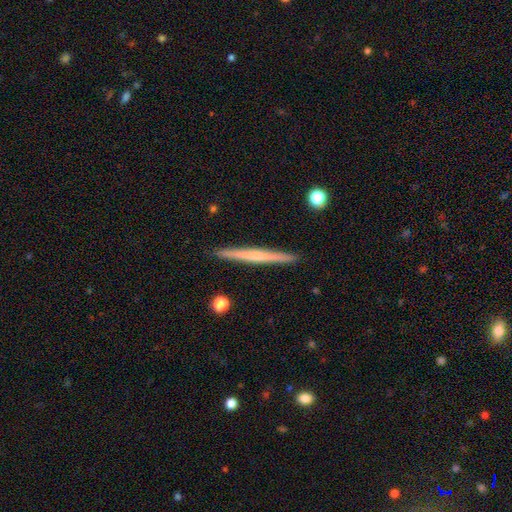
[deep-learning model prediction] Smooth or featured? Predicted: featured or disk (p=0.54). Edge-on disk? Predicted: yes (p=0.98). Edge-on bulge? Predicted: none (p=0.72). Merging? Predicted: none (p=0.92).